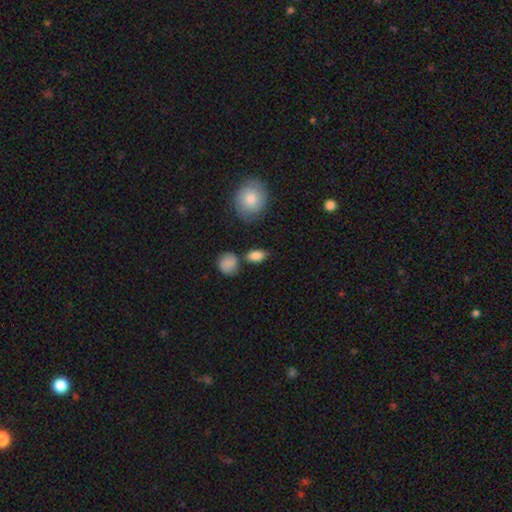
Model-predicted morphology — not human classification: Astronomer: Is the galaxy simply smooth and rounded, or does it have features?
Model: smooth — 84%.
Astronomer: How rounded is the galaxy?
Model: in between — 83%.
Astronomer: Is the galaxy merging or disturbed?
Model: none — 66%.